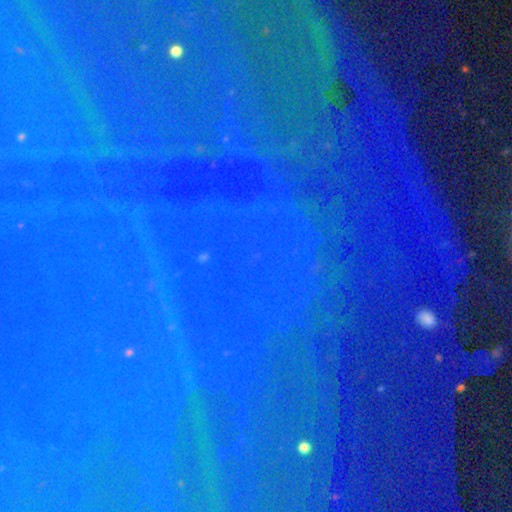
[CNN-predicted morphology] smooth-or-featured: star or artifact: 83% | featured or disk: 8% | smooth: 8%